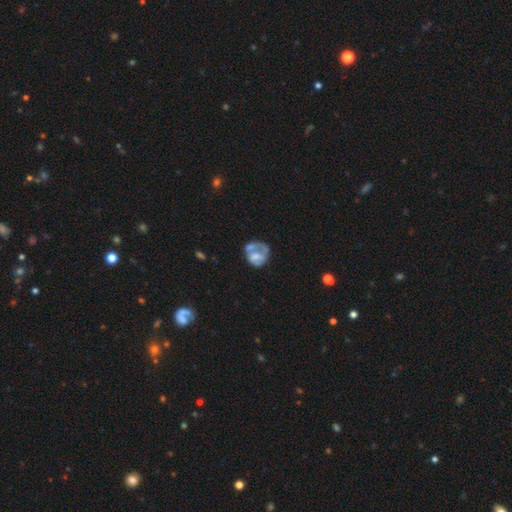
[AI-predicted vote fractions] smooth-or-featured: featured or disk: 51% | smooth: 41% | star or artifact: 8%
  disk-edge-on: no: 98% | yes: 2%
  merging: none: 33% | major disturbance: 27% | minor disturbance: 21% | merger: 19%